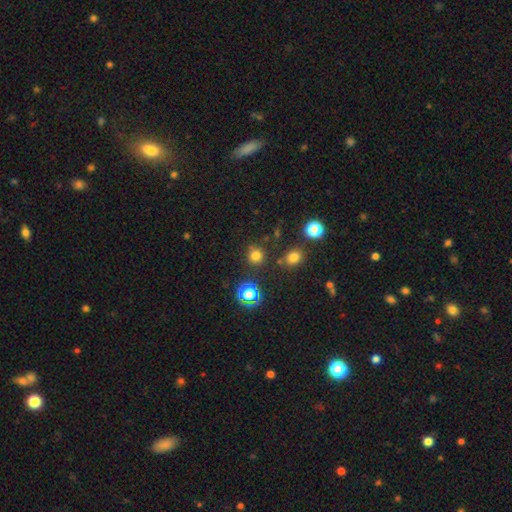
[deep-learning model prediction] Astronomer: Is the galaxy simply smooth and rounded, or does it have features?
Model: smooth — 73%.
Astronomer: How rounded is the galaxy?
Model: round — 90%.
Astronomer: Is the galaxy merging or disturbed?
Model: none — 84%.